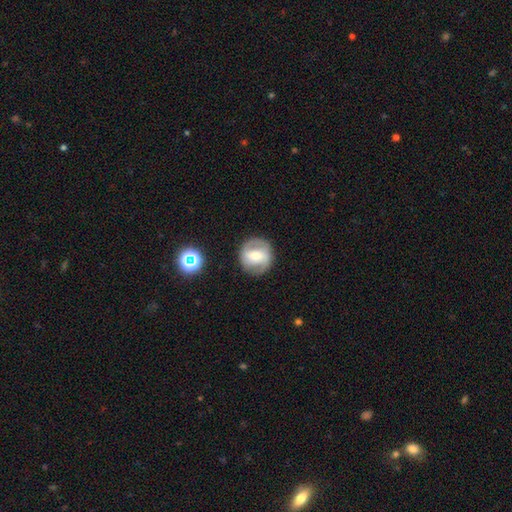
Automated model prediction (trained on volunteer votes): The model was most divided on "bar" (2-way tie): strong: 38%, weak: 38%, no: 24%. More confident: edge-on disk — no (96%); merging — none (83%); spiral arms — yes (75%); smooth or featured — featured or disk (64%); bulge size — moderate (55%).